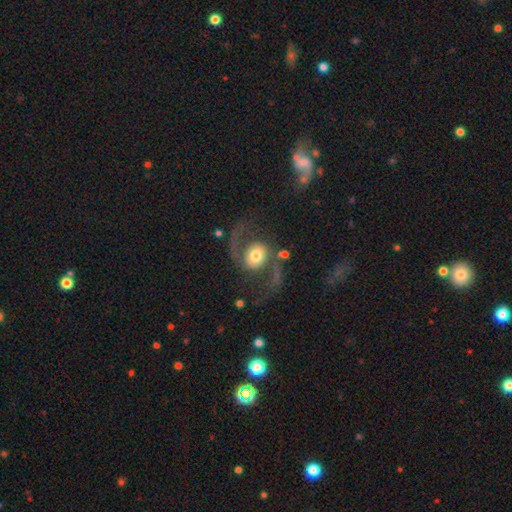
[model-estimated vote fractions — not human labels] smooth-or-featured: featured or disk: 82% | smooth: 13% | star or artifact: 6%
  disk-edge-on: no: 97% | yes: 3%
    bar: no: 60% | weak: 29% | strong: 11%
    has-spiral-arms: yes: 93% | no: 7%
      spiral-winding: loose: 68% | medium: 28% | tight: 5%
      spiral-arm-count: 2: 93% | 1: 2% | can't tell: 2% | 3: 1% | 4: 1% | more than 4: 1%
    bulge-size: moderate: 59% | large: 25% | small: 10% | dominant: 4% | none: 1%
  merging: none: 62% | major disturbance: 20% | minor disturbance: 14% | merger: 4%